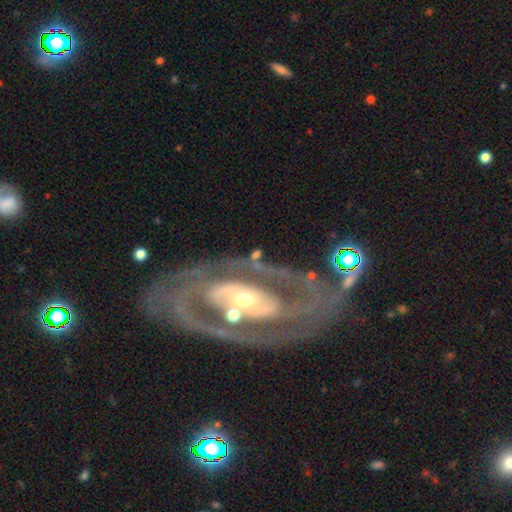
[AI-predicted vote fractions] Smooth or featured?
  - featured or disk: 73% *
  - smooth: 19%
  - star or artifact: 8%
Edge-on disk?
  - no: 88% *
  - yes: 12%
Bar?
  - no: 40% *
  - strong: 31%
  - weak: 29%
Spiral arms?
  - yes: 76% *
  - no: 24%
Bulge size?
  - moderate: 65% *
  - small: 21%
  - large: 10%
  - dominant: 2%
  - none: 2%
Merging?
  - none: 61% *
  - minor disturbance: 16%
  - major disturbance: 15%
  - merger: 8%